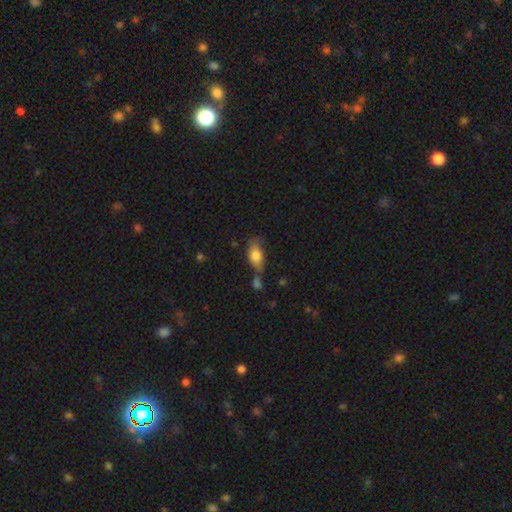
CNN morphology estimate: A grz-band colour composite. It shows a smooth galaxy with no disk features (76%) that is in between round and cigar-shaped (86%). Merging: none (47%).